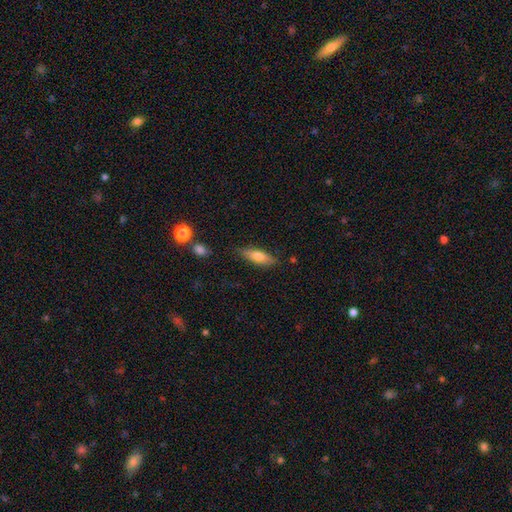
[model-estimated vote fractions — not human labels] Overall: smooth (67%). How rounded: in between (50%; cigar-shaped 47%). Merging: none (81%).